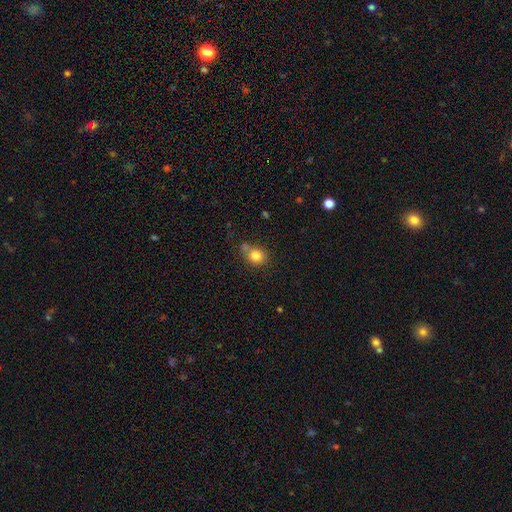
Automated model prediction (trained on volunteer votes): Smooth or featured? Predicted: smooth (p=0.81). How rounded? Predicted: round (p=0.73). Merging? Predicted: none (p=0.58).